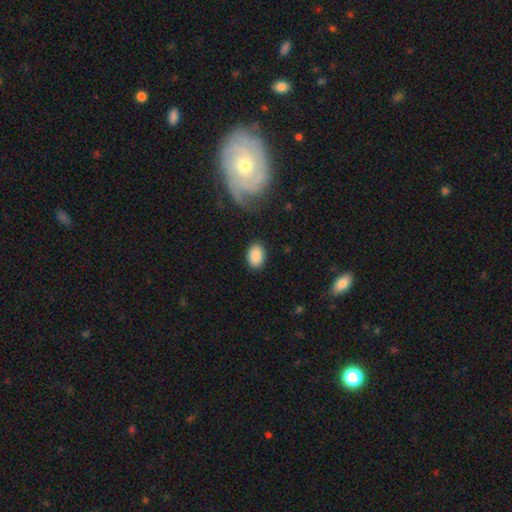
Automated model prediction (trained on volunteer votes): This appears to be a smooth galaxy with no disk features (89%) that is in between round and cigar-shaped (87%). Merging: none (86%).